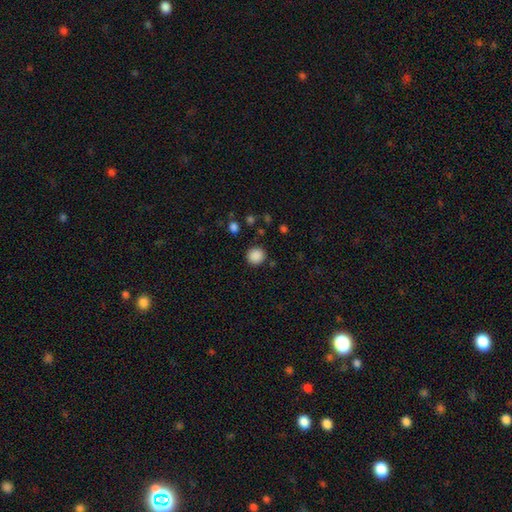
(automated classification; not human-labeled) smooth-or-featured: smooth: 88% | star or artifact: 10% | featured or disk: 3%
  how-rounded: round: 90% | in between: 9% | cigar-shaped: 1%
  merging: none: 88% | minor disturbance: 7% | major disturbance: 3% | merger: 2%